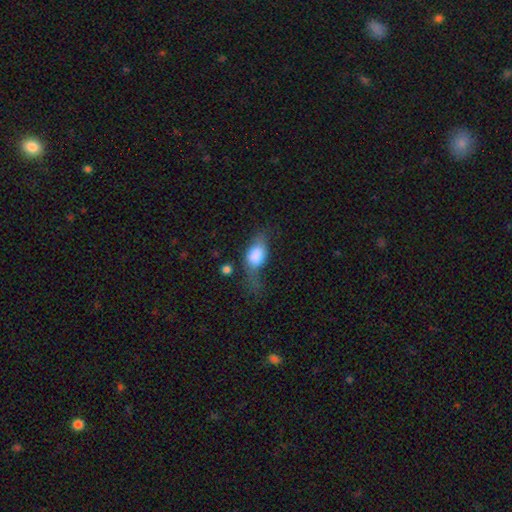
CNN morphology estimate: Smooth or featured?
  - smooth: 74% *
  - featured or disk: 18%
  - star or artifact: 8%
How rounded?
  - in between: 83% *
  - round: 12%
  - cigar-shaped: 6%
Merging?
  - major disturbance: 35% *
  - minor disturbance: 30%
  - none: 28%
  - merger: 7%